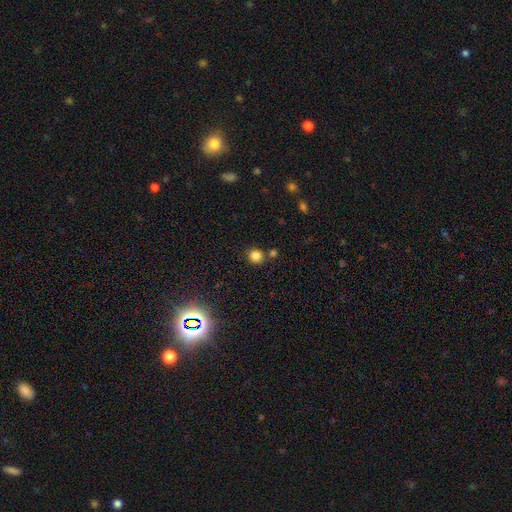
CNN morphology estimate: Smooth or featured? smooth (80%)
How rounded? round (90%)
Merging? none (79%)